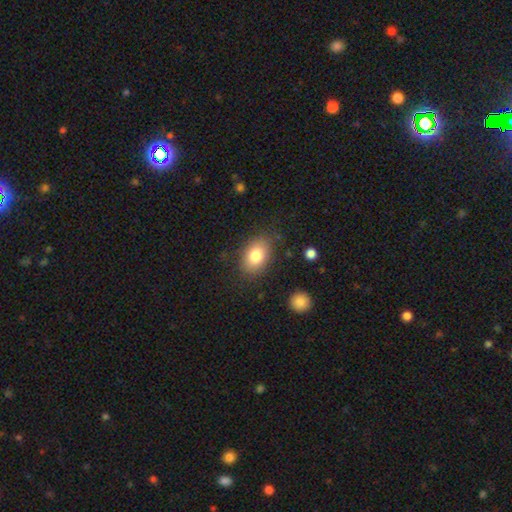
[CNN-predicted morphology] Smooth or featured?
  - smooth: 81% *
  - featured or disk: 11%
  - star or artifact: 8%
How rounded?
  - in between: 83% *
  - round: 16%
  - cigar-shaped: 1%
Merging?
  - none: 80% *
  - minor disturbance: 13%
  - major disturbance: 5%
  - merger: 2%